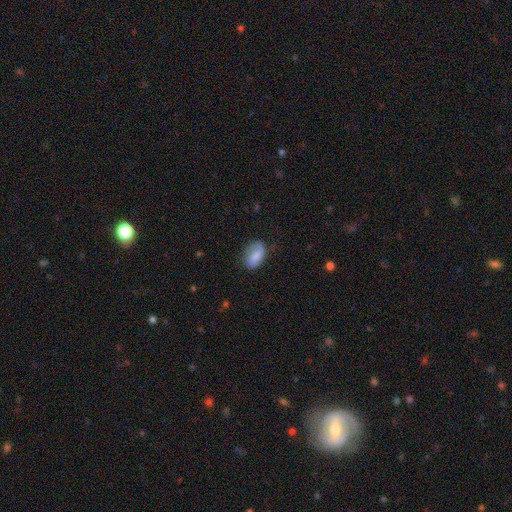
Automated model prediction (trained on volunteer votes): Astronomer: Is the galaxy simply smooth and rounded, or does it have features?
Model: smooth — 73%.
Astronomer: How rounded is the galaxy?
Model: in between — 90%.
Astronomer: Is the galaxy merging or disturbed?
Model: none — 63%.